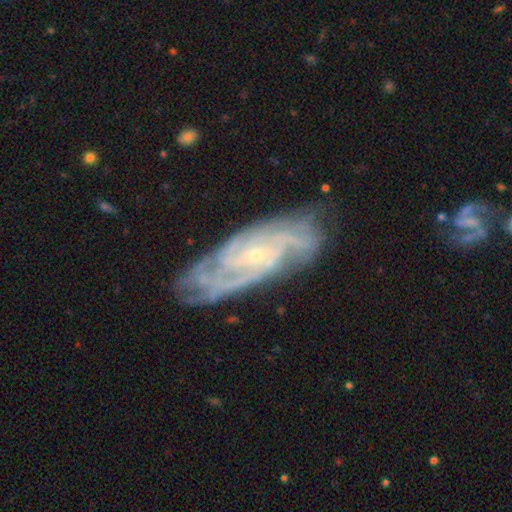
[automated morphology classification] The model was most divided on "spiral arm count": can't tell: 24%, 3: 23%, 4: 20%, 2: 20%, more than 4: 8%, 1: 6%. More confident: spiral arms — yes (97%); edge-on disk — no (92%); smooth or featured — featured or disk (87%); bulge size — small (82%); merging — none (75%); bar — no (61%); spiral winding — tight (61%).